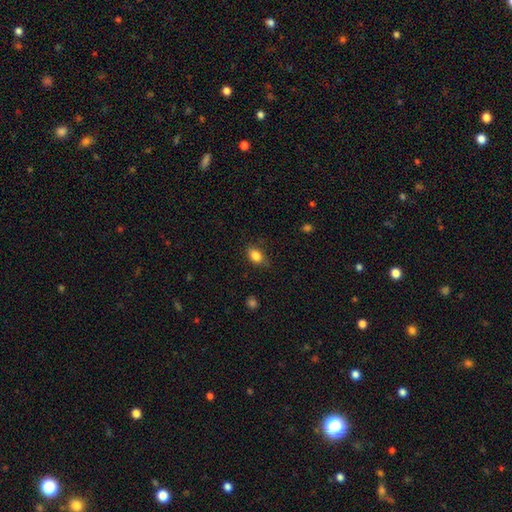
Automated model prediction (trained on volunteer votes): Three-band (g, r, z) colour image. It shows a smooth galaxy with no disk features (85%) that is in between round and cigar-shaped (78%). Merging: none (77%).